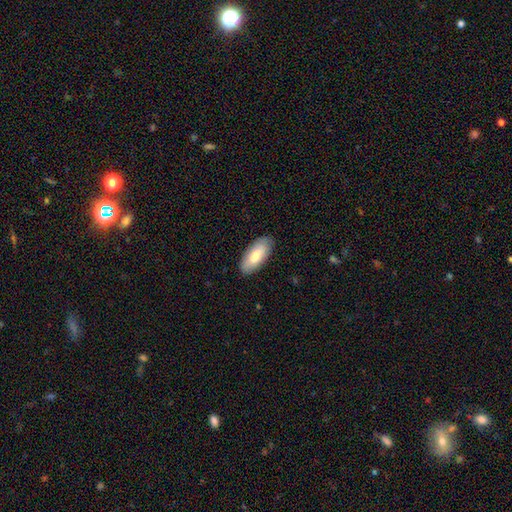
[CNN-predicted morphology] smooth-or-featured: smooth: 75% | featured or disk: 20% | star or artifact: 6%
  how-rounded: in between: 86% | cigar-shaped: 12% | round: 2%
  merging: none: 88% | minor disturbance: 9% | major disturbance: 2% | merger: 1%